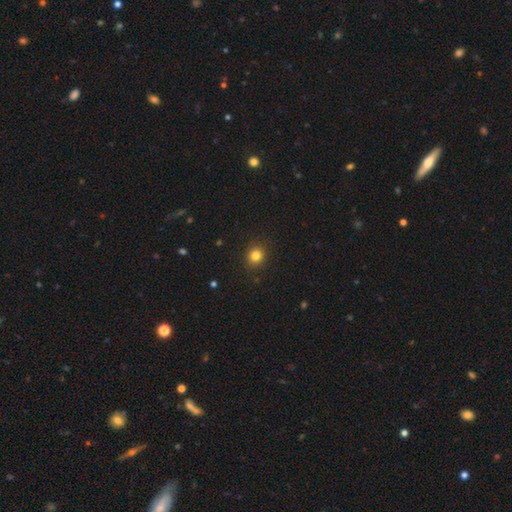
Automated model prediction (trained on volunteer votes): Overall: smooth (82%). How rounded: round (82%). Merging: none (90%).